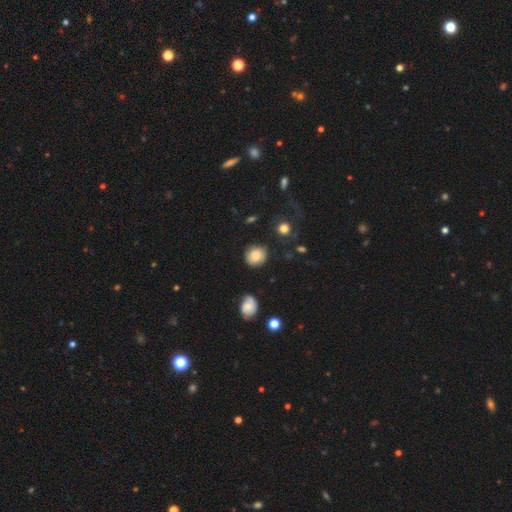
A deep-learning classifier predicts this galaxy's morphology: A smooth galaxy with no disk features (83%) that is round (79%).

Vote fractions:
- Smooth or featured? smooth: 83% / star or artifact: 9% / featured or disk: 9%
- How rounded? round: 79% / in between: 20% / cigar-shaped: 1%
- Merging? none: 81% / minor disturbance: 13% / major disturbance: 4% / merger: 2%